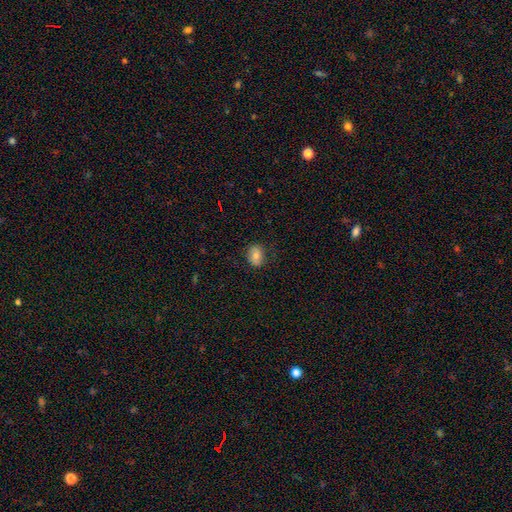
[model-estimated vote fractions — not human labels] smooth-or-featured: smooth: 75% | featured or disk: 16% | star or artifact: 9%
  how-rounded: in between: 65% | round: 33% | cigar-shaped: 1%
  merging: none: 82% | minor disturbance: 14% | major disturbance: 3% | merger: 1%